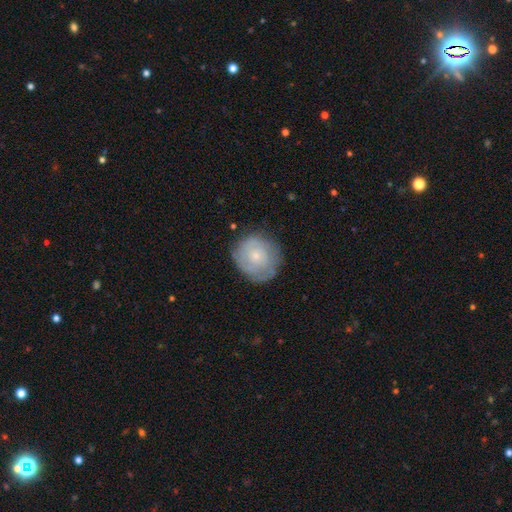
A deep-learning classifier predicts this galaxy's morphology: Smooth or featured? Predicted: featured or disk (p=0.50). Merging? Predicted: none (p=0.76).